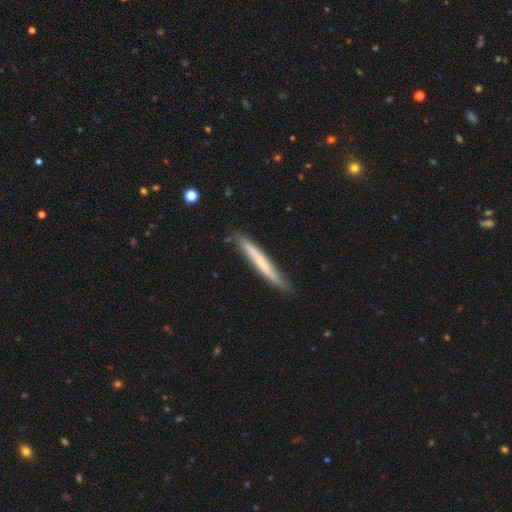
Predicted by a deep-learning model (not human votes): featured or disk 49%, smooth 44%, star or artifact 7%. Down the decision tree: merging — none (85%).